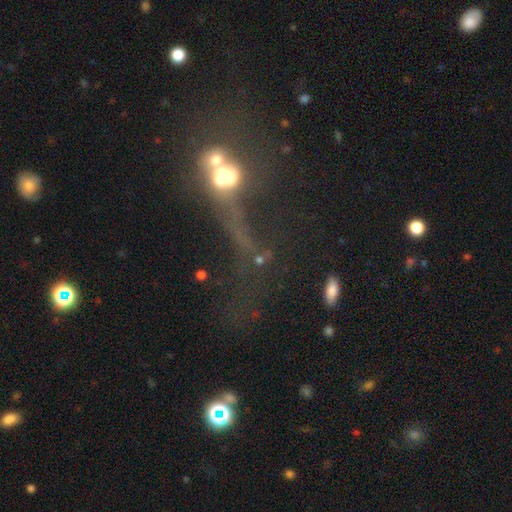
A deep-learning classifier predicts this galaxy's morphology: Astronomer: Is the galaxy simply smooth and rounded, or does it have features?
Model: smooth — 36% (runner-up: star or artifact, 34%).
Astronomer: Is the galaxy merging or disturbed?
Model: merger — 34% (runner-up: none, 27%).